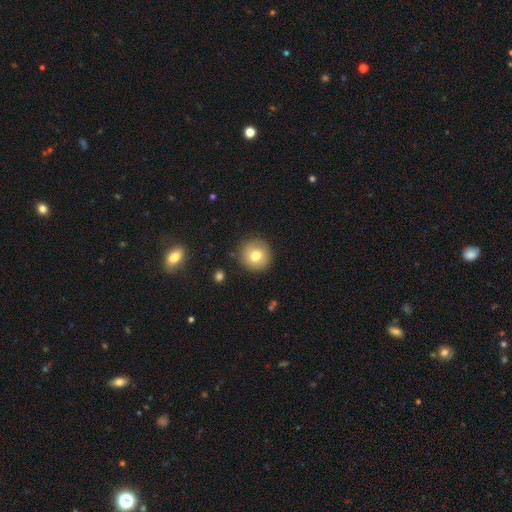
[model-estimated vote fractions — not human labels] A smooth galaxy with no disk features (76%) that is round (95%). Merging: none (89%).